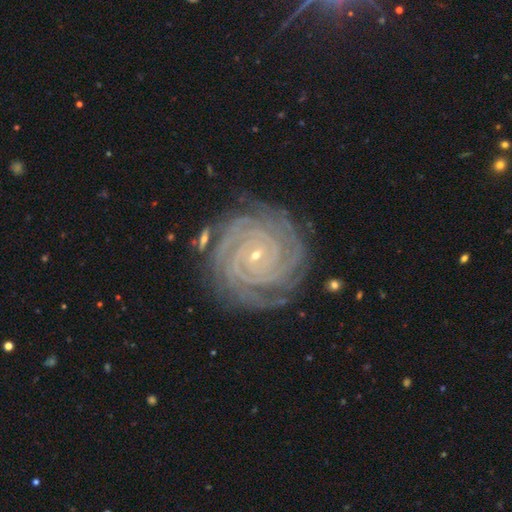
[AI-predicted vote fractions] The model was most divided on "spiral arm count": 4: 27%, 3: 19%, 2: 17%, more than 4: 15%, can't tell: 13%, 1: 9%. More confident: spiral arms — yes (99%); edge-on disk — no (98%); smooth or featured — featured or disk (92%); spiral winding — tight (91%); bulge size — small (88%); merging — none (83%); bar — no (63%).